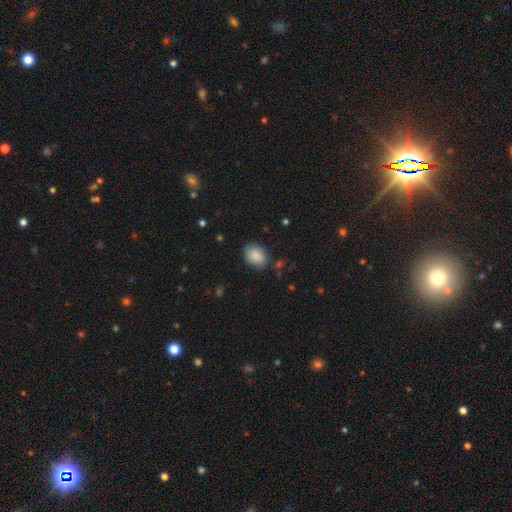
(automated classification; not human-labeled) Smooth or featured? Predicted: smooth (p=0.88). How rounded? Predicted: in between (p=0.68). Merging? Predicted: none (p=0.81).